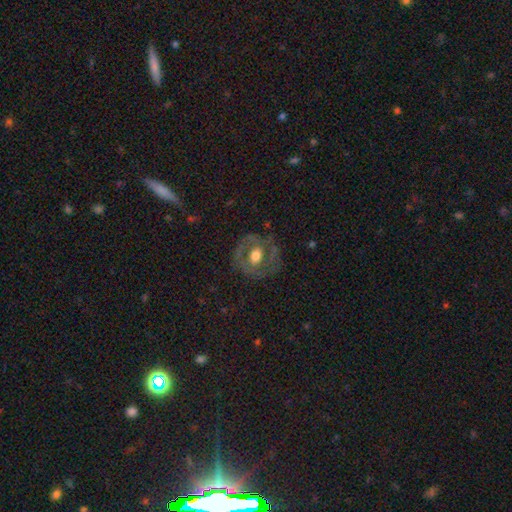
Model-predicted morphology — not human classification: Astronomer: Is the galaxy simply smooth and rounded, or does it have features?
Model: featured or disk — 58% (runner-up: smooth, 34%).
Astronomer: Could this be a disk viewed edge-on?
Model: no — 95%.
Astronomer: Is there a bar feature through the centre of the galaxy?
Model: no — 65%.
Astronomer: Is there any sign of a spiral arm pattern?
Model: no — 66%.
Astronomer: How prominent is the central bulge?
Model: moderate — 61%.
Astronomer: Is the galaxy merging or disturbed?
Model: none — 72%.